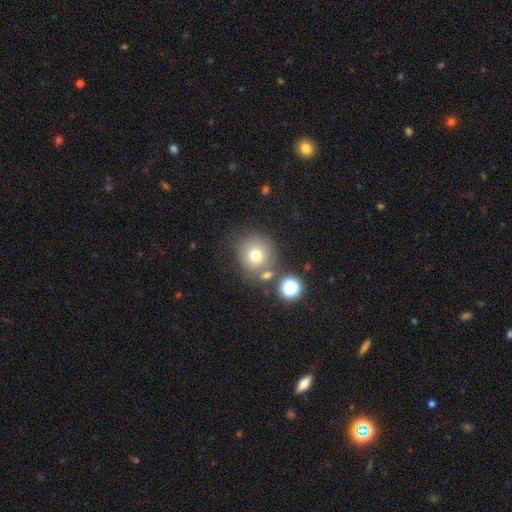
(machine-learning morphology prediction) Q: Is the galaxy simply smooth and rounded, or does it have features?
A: smooth — 73%.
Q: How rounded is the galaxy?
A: round — 89%.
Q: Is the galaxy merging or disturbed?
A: none — 66%.